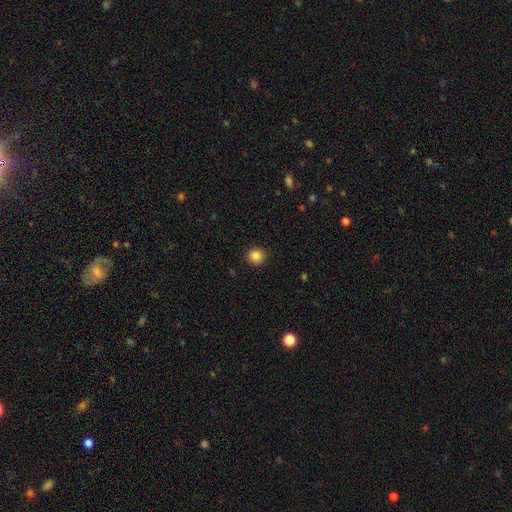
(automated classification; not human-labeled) Overall: smooth (85%). How rounded: round (93%). Merging: none (92%).